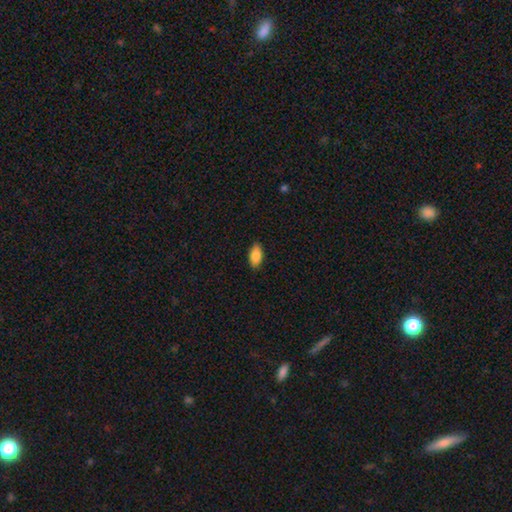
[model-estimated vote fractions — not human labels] Smooth or featured: smooth — 87% (star or artifact — 7%)
How rounded: in between — 92% (cigar-shaped — 5%)
Merging: none — 87% (minor disturbance — 10%)